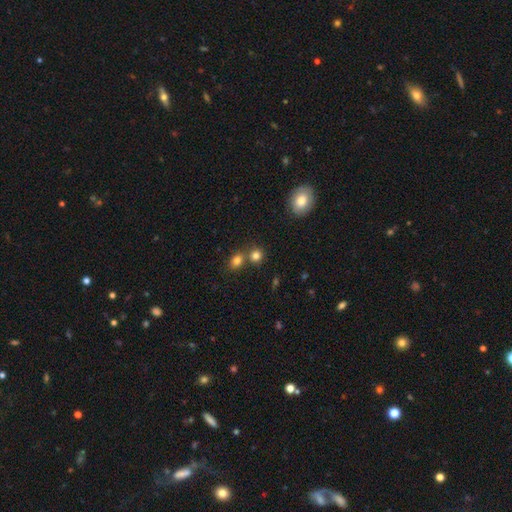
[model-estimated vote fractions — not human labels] Smooth or featured? smooth (80%)
How rounded? round (79%)
Merging? none (56%)